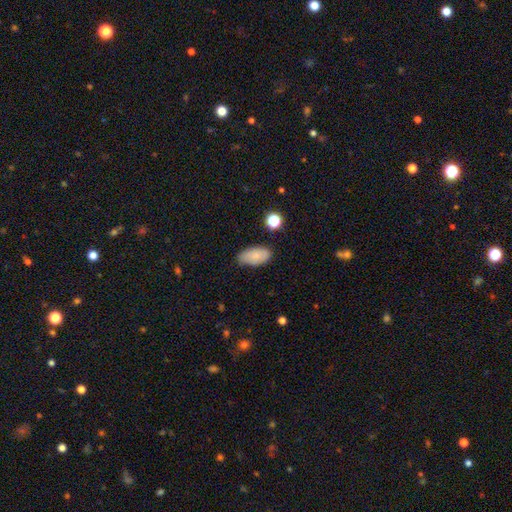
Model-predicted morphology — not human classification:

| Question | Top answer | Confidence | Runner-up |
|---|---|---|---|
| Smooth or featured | smooth | 83% | featured or disk (9%) |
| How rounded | in between | 93% | cigar-shaped (4%) |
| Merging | none | 75% | minor disturbance (19%) |